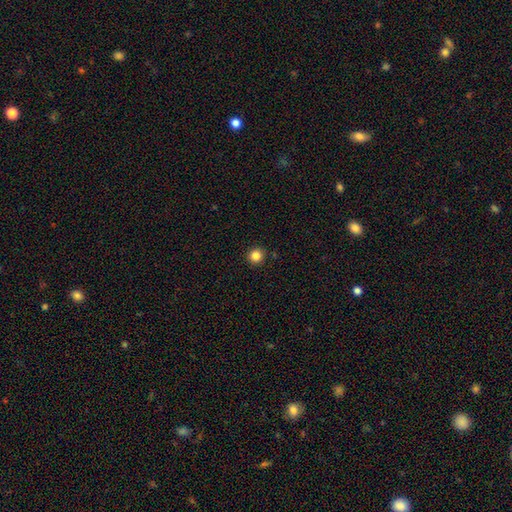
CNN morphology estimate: smooth 84%, star or artifact 12%, featured or disk 4%. Down the decision tree: how rounded — round (95%); merging — none (92%).